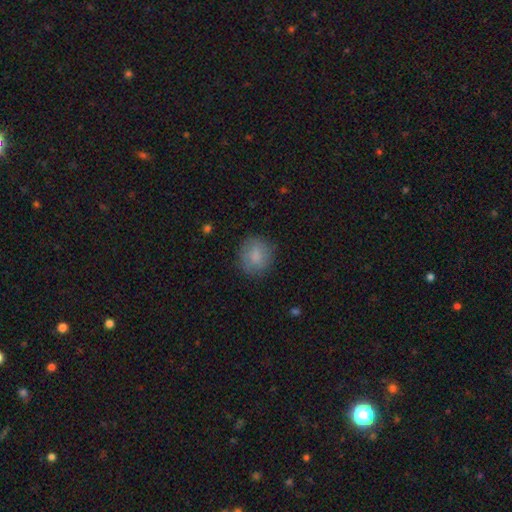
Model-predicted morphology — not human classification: A smooth galaxy with no disk features (82%) that is round (82%).

Vote fractions:
- Smooth or featured? smooth: 82% / featured or disk: 10% / star or artifact: 8%
- How rounded? round: 82% / in between: 17% / cigar-shaped: 1%
- Merging? none: 83% / minor disturbance: 12% / major disturbance: 4% / merger: 1%